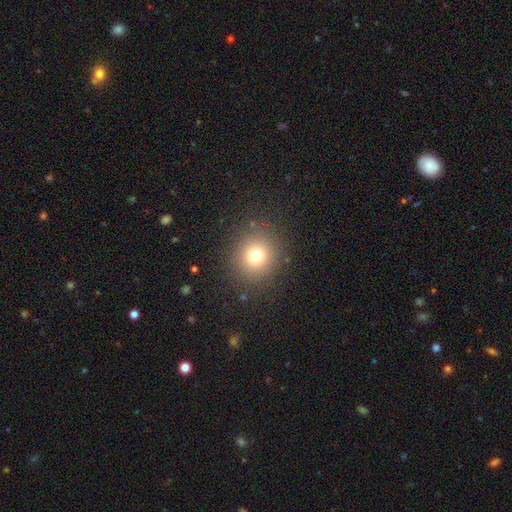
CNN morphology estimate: The model was most divided on "smooth or featured": smooth: 74%, star or artifact: 16%, featured or disk: 10%. More confident: how rounded — round (89%); merging — none (87%).